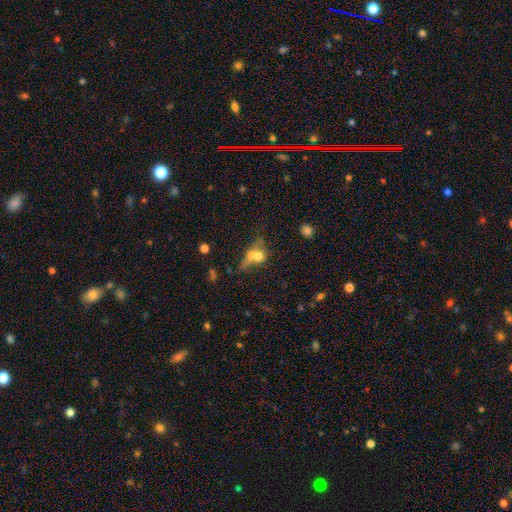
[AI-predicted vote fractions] smooth_or_featured: smooth (p=0.60) [alt: featured or disk p=0.27]
how_rounded: round (p=0.60) [alt: in between p=0.35]
merging: merger (p=0.67) [alt: none p=0.19]